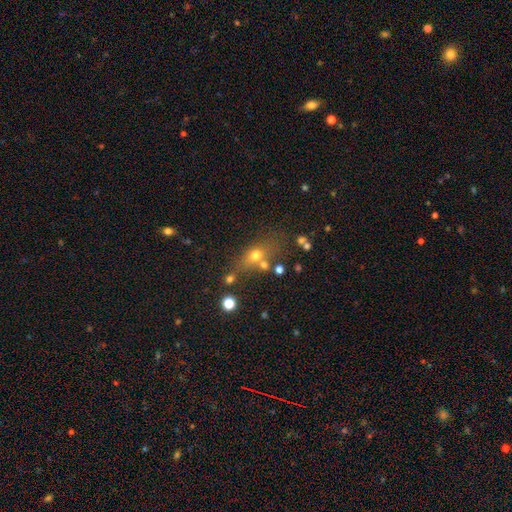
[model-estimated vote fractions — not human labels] Smooth or featured? Predicted: smooth (p=0.64). How rounded? Predicted: in between (p=0.51). Merging? Predicted: none (p=0.52).